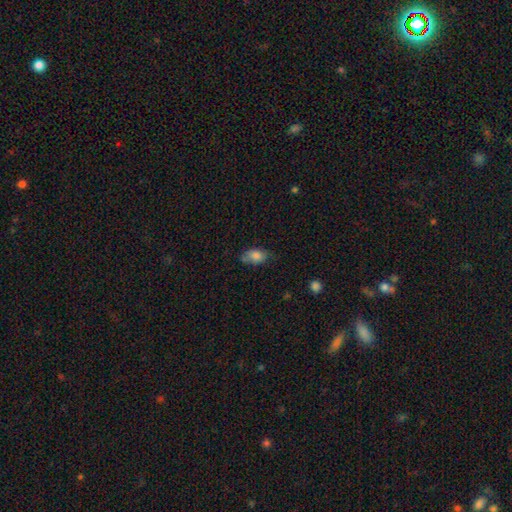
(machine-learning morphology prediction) smooth 80%, featured or disk 11%, star or artifact 9%. Down the decision tree: how rounded — in between (87%); merging — none (59%).